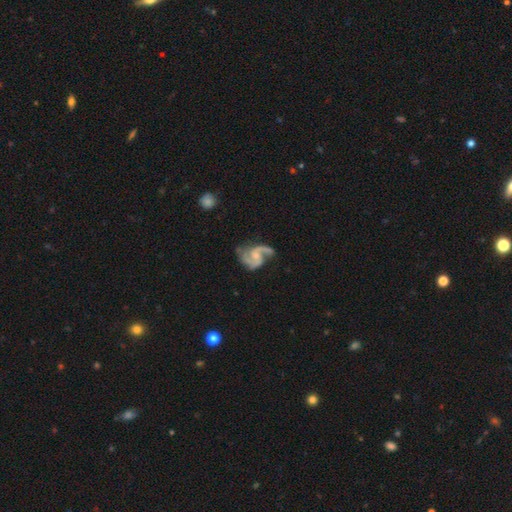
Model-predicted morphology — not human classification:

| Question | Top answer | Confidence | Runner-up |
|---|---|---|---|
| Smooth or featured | featured or disk | 91% | smooth (5%) |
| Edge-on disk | no | 98% | yes (2%) |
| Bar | no | 56% | weak (36%) |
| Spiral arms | yes | 98% | no (2%) |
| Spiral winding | medium | 53% | loose (34%) |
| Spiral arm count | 2 | 81% | 3 (10%) |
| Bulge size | small | 60% | moderate (29%) |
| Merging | none | 56% | minor disturbance (24%) |